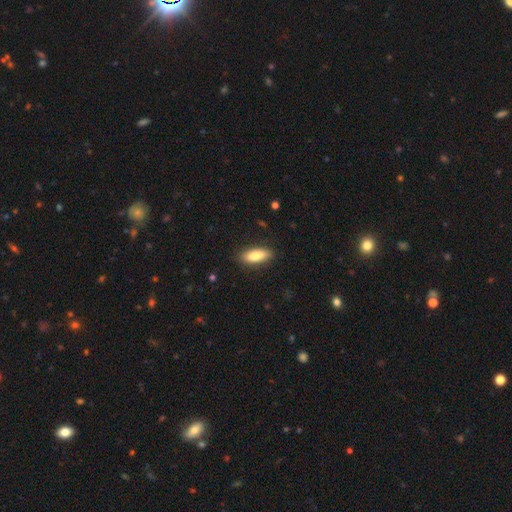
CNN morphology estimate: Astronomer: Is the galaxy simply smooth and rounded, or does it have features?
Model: smooth — 83%.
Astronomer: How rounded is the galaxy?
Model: in between — 67%.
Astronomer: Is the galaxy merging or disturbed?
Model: none — 85%.